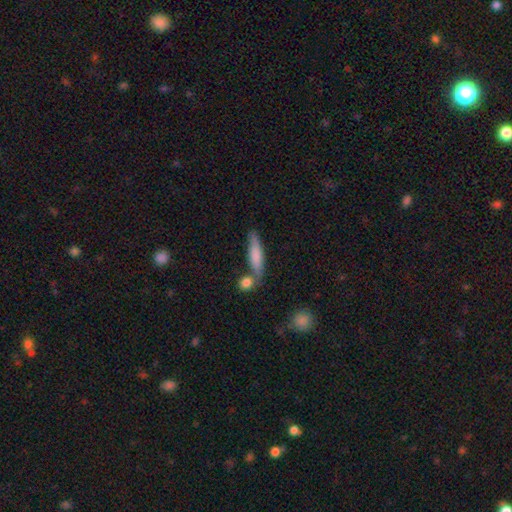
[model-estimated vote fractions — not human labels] smooth-or-featured: smooth: 70% | featured or disk: 24% | star or artifact: 7%
  how-rounded: cigar-shaped: 75% | in between: 22% | round: 3%
  merging: none: 61% | merger: 18% | minor disturbance: 16% | major disturbance: 5%